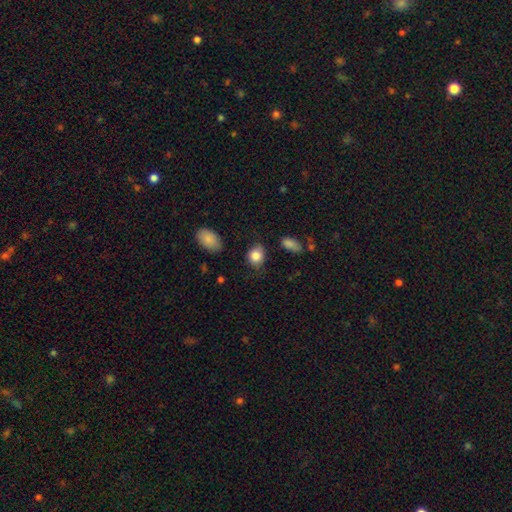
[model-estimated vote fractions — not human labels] A smooth galaxy with no disk features (84%) that is in between round and cigar-shaped (51%).

Vote fractions:
- Smooth or featured? smooth: 84% / star or artifact: 8% / featured or disk: 7%
- How rounded? in between: 51% / round: 48% / cigar-shaped: 1%
- Merging? none: 70% / minor disturbance: 22% / major disturbance: 6% / merger: 2%